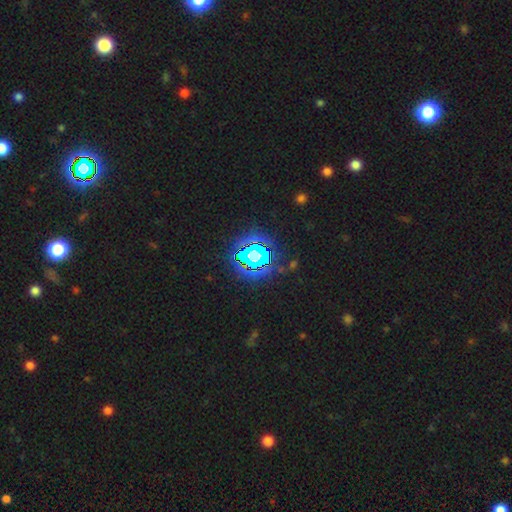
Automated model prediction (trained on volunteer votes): A star or artifact, not a galaxy (73%).

Vote fractions:
- Smooth or featured? star or artifact: 73% / smooth: 15% / featured or disk: 12%